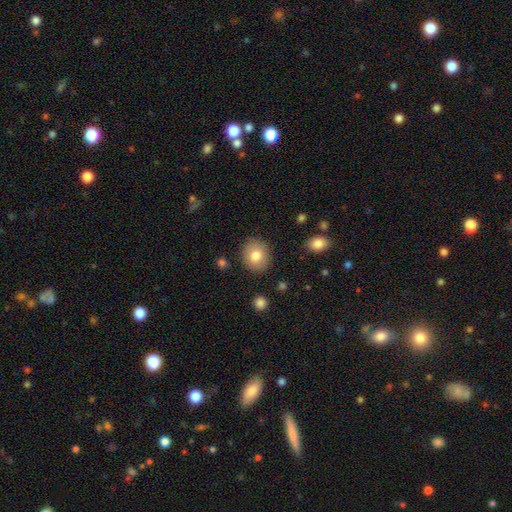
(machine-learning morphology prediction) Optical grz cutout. It shows a smooth galaxy with no disk features (80%) that is round (65%). Merging: none (87%).